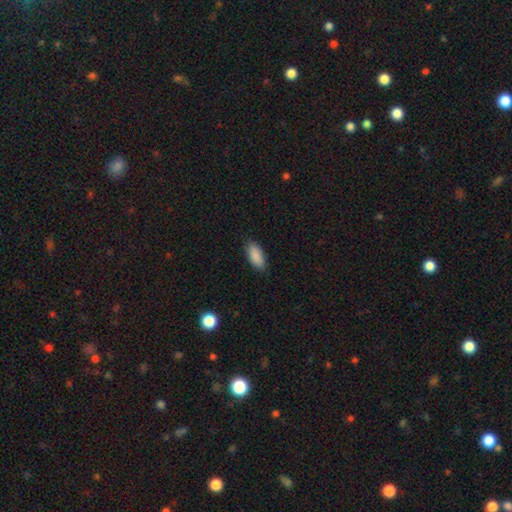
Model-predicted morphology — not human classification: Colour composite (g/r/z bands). It shows a smooth galaxy with no disk features (89%) that is in between round and cigar-shaped (87%). Merging: none (85%).